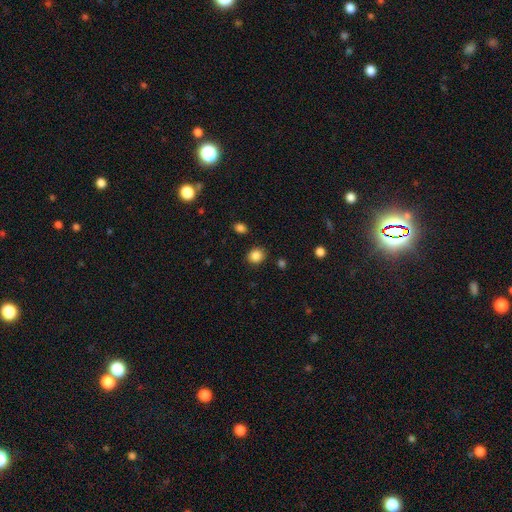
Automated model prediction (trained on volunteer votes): Q: Smooth or featured?
A: smooth (86%); runner-up: star or artifact (10%)
Q: How rounded?
A: round (77%); runner-up: in between (22%)
Q: Merging?
A: none (88%); runner-up: minor disturbance (7%)